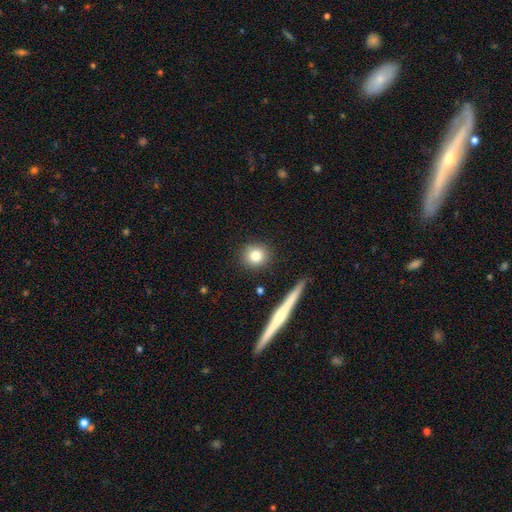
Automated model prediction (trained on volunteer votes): Smooth or featured?
  - smooth: 80% *
  - featured or disk: 10%
  - star or artifact: 9%
How rounded?
  - round: 87% *
  - in between: 10%
  - cigar-shaped: 2%
Merging?
  - none: 90% *
  - minor disturbance: 6%
  - merger: 2%
  - major disturbance: 2%